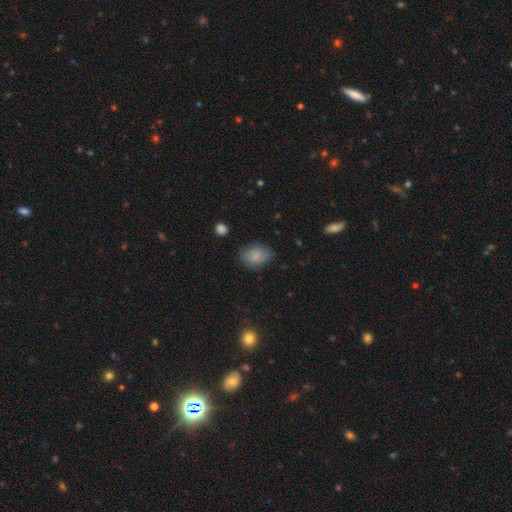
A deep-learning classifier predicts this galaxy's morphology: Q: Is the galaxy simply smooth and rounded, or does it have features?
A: smooth — 84%.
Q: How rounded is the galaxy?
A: in between — 74%.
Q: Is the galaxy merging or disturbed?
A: none — 74%.